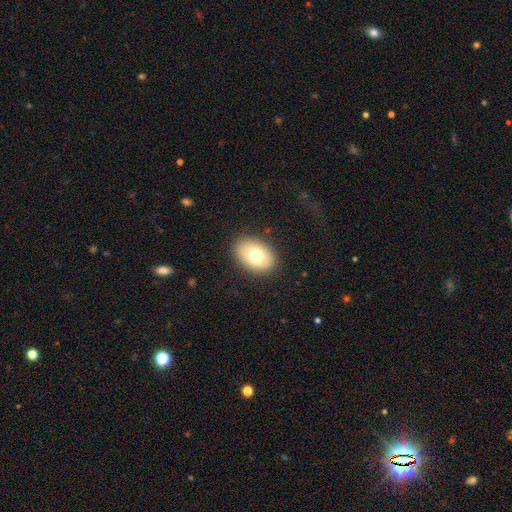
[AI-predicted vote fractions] smooth_or_featured: smooth (p=0.69) [alt: featured or disk p=0.23]
how_rounded: in between (p=0.84) [alt: round p=0.15]
merging: none (p=0.85) [alt: minor disturbance p=0.10]